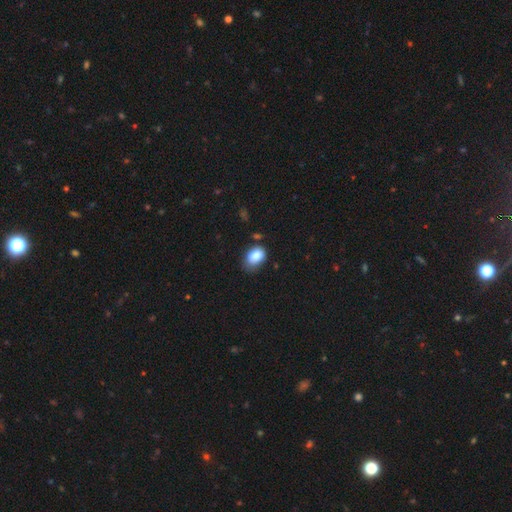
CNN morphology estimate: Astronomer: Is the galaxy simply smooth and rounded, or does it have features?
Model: smooth — 86%.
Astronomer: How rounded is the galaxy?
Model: in between — 81%.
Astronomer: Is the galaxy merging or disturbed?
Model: none — 55% (runner-up: minor disturbance, 33%).